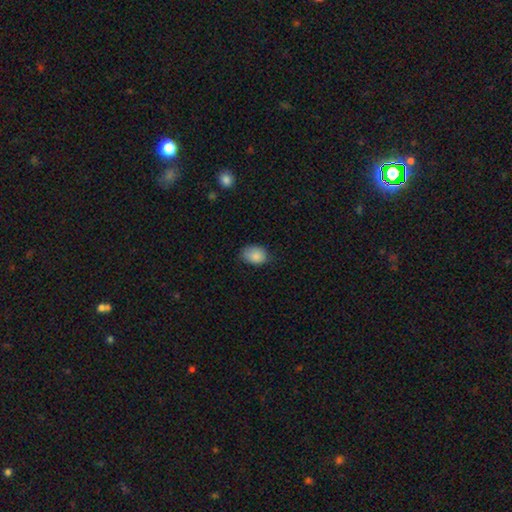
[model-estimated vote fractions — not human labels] A smooth galaxy with no disk features (87%) that is in between round and cigar-shaped (76%). Merging: none (68%).